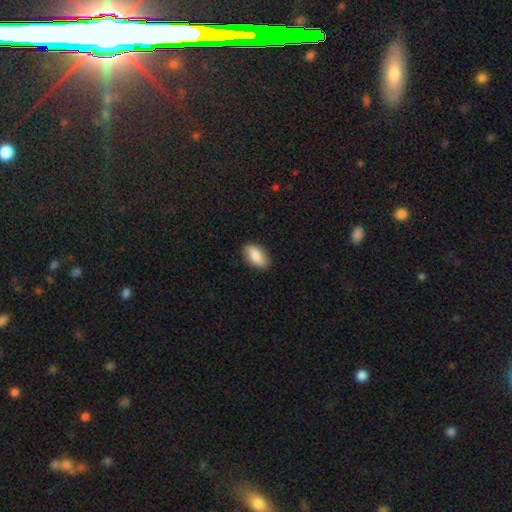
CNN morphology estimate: A smooth galaxy with no disk features (78%) that is in between round and cigar-shaped (91%).

Vote fractions:
- Smooth or featured? smooth: 78% / featured or disk: 16% / star or artifact: 6%
- How rounded? in between: 91% / round: 5% / cigar-shaped: 4%
- Merging? none: 86% / minor disturbance: 10% / major disturbance: 2% / merger: 1%